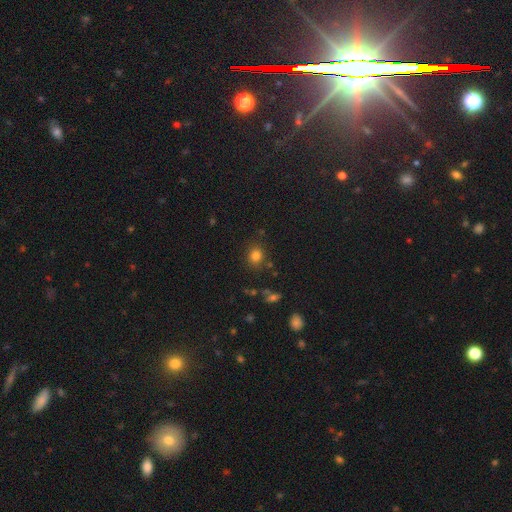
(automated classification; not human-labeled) smooth-or-featured: smooth: 79% | star or artifact: 15% | featured or disk: 6%
  how-rounded: round: 73% | in between: 26% | cigar-shaped: 1%
  merging: none: 81% | minor disturbance: 11% | merger: 4% | major disturbance: 4%